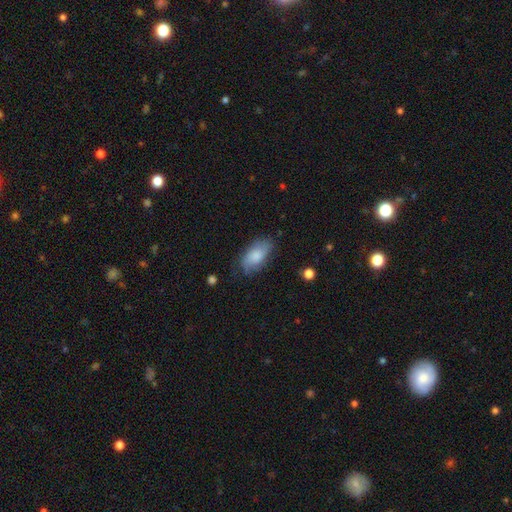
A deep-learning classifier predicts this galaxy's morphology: smooth 78%, featured or disk 16%, star or artifact 7%. Down the decision tree: how rounded — in between (92%); merging — none (68%).